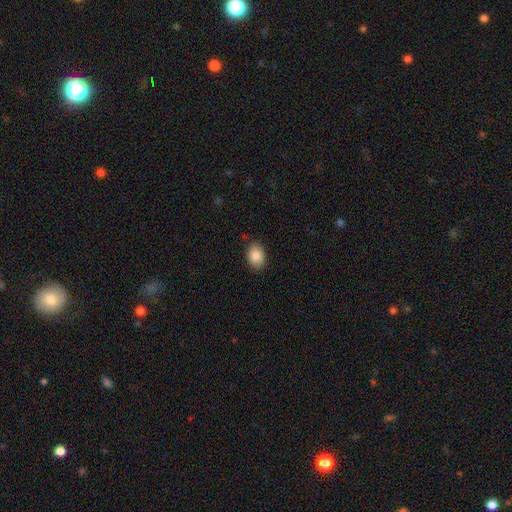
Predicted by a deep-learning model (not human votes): This is clearly a smooth galaxy (87%). How rounded: likely in between (77%). Merging: clearly none (86%).